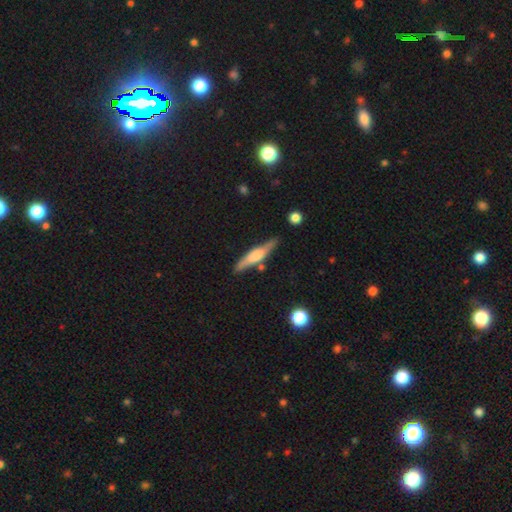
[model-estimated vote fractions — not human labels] Overall: featured or disk (54%; smooth 40%). Edge-on disk: yes (93%). Edge-on bulge: rounded (57%; boxy 33%). Merging: none (79%).